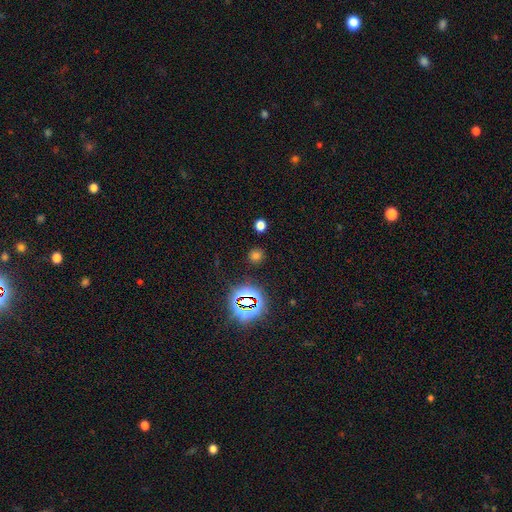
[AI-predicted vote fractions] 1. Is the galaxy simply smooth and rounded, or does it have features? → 66% smooth, 29% star or artifact, 6% featured or disk.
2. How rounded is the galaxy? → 87% round, 12% in between, 1% cigar-shaped.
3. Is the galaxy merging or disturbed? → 87% none, 7% minor disturbance, 3% major disturbance, 2% merger.